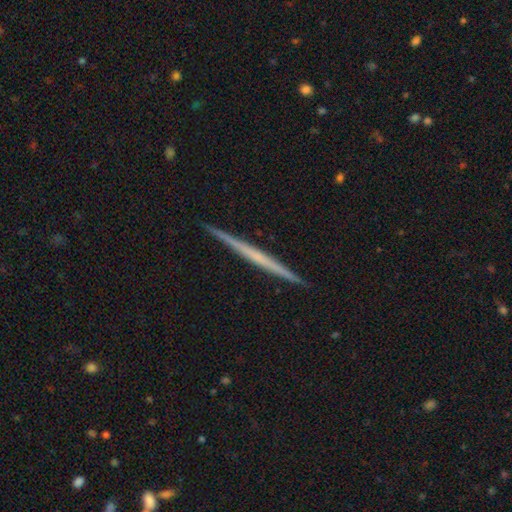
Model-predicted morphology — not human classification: Smooth or featured? Predicted: featured or disk (p=0.63). Edge-on disk? Predicted: yes (p=0.98). Edge-on bulge? Predicted: none (p=0.88). Merging? Predicted: none (p=0.93).